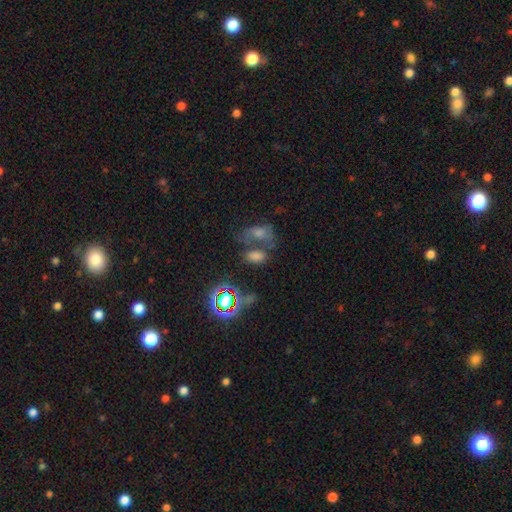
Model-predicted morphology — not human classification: type=smooth (55%); roundness=in between (80%); merging=merger (46%).